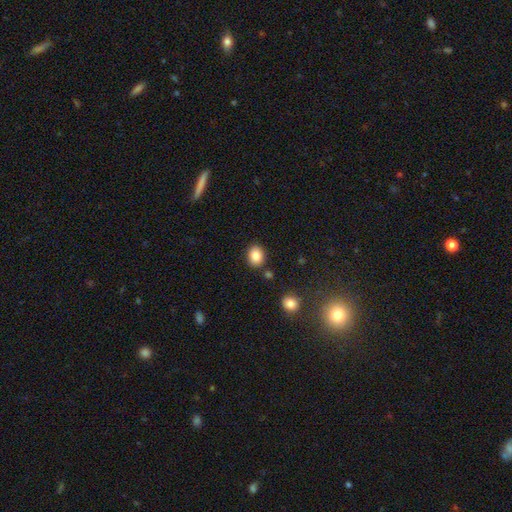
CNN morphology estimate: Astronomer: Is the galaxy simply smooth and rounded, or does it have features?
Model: smooth — 86%.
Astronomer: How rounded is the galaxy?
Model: round — 50% (runner-up: in between, 49%).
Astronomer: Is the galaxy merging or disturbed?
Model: none — 85%.